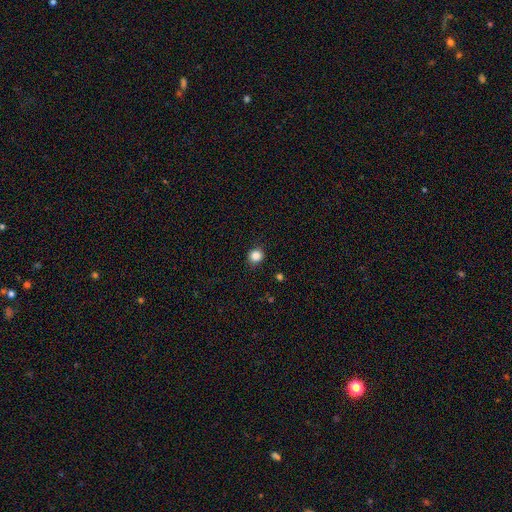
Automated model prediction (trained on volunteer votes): Q: Smooth or featured?
A: smooth (85%); runner-up: star or artifact (11%)
Q: How rounded?
A: round (87%); runner-up: in between (12%)
Q: Merging?
A: none (89%); runner-up: minor disturbance (8%)